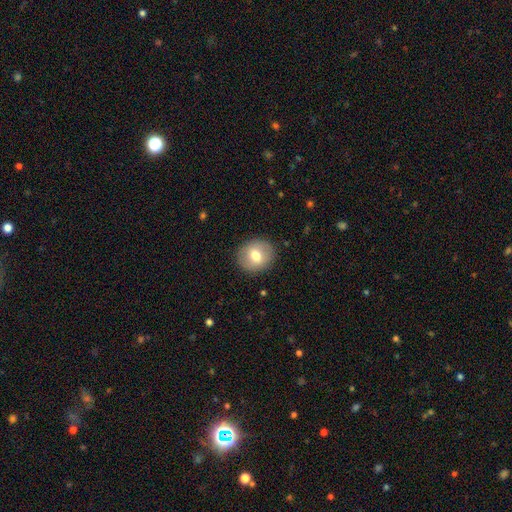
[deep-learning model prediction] Smooth or featured? smooth (69%)
How rounded? round (76%)
Merging? none (89%)